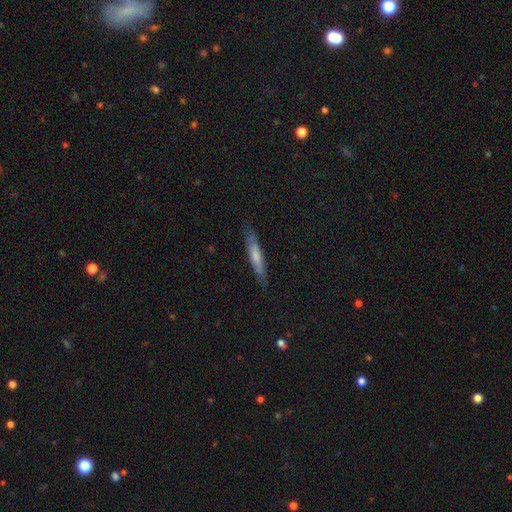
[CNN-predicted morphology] smooth 62%, featured or disk 32%, star or artifact 6%. Down the decision tree: how rounded — cigar-shaped (89%); merging — none (84%).